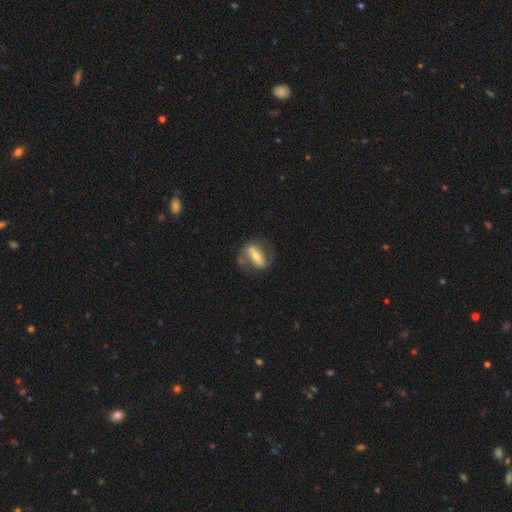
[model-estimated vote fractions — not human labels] smooth_or_featured: featured or disk (p=0.67) [alt: smooth p=0.26]
disk_edge_on: no (p=0.82) [alt: yes p=0.18]
bar: strong (p=0.69) [alt: weak p=0.17]
has_spiral_arms: yes (p=0.63) [alt: no p=0.37]
bulge_size: moderate (p=0.54) [alt: small p=0.37]
merging: none (p=0.62) [alt: minor disturbance p=0.21]